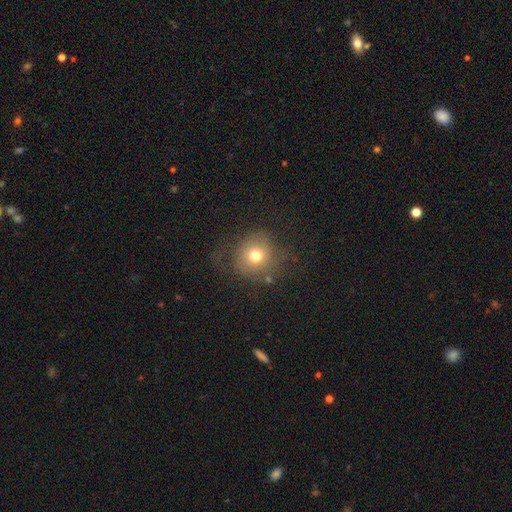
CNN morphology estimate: Smooth or featured: smooth — 70% (featured or disk — 16%)
How rounded: round — 84% (in between — 15%)
Merging: none — 58% (minor disturbance — 21%)